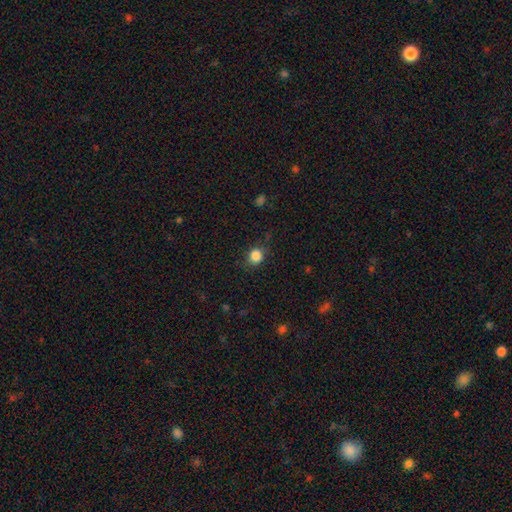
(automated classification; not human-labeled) This appears to be a smooth galaxy with no disk features (85%) that is round (78%). Merging: none (79%).